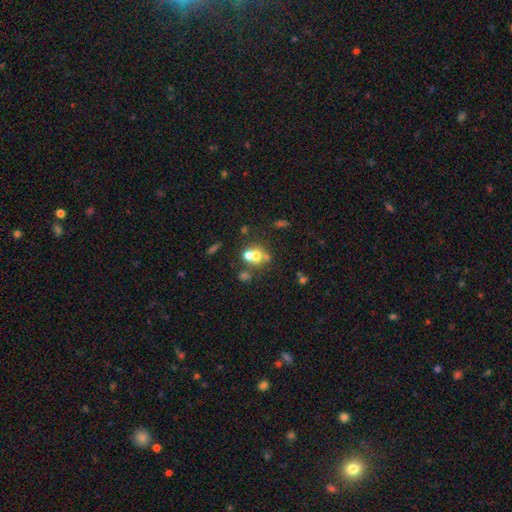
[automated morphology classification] smooth 58%, featured or disk 26%, star or artifact 16%. Down the decision tree: how rounded — round (74%); merging — merger (51%).